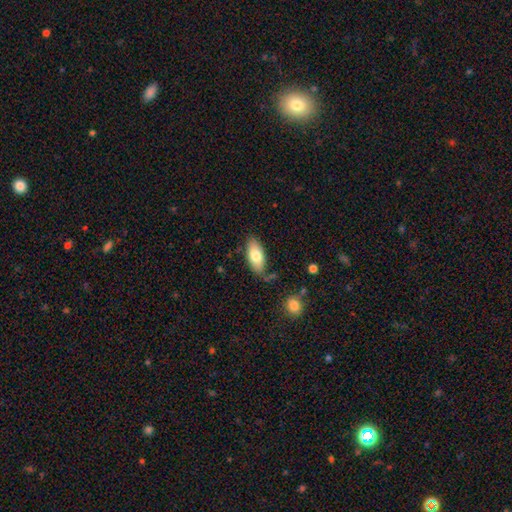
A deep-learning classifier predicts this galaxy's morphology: type=smooth (77%); roundness=in between (89%); merging=none (77%).